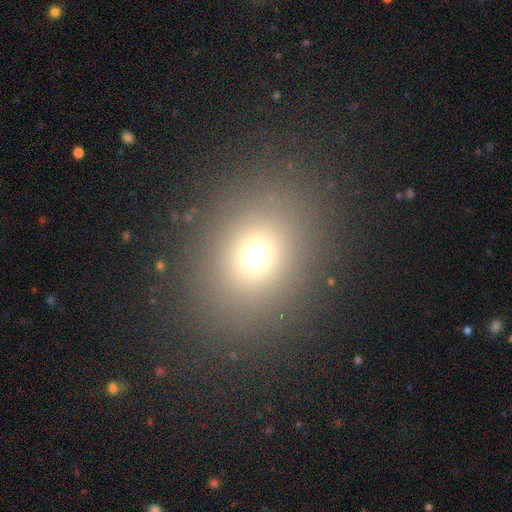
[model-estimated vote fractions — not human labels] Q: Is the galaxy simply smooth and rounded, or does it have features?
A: smooth — 68%.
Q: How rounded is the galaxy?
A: round — 63%.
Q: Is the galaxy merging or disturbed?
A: none — 86%.